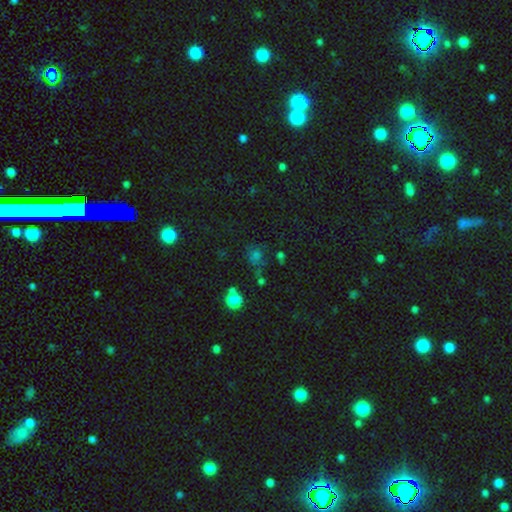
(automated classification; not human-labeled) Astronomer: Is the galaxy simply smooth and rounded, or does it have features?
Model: smooth — 50% (runner-up: star or artifact, 40%).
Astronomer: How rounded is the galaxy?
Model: round — 80%.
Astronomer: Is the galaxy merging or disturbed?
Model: none — 62%.